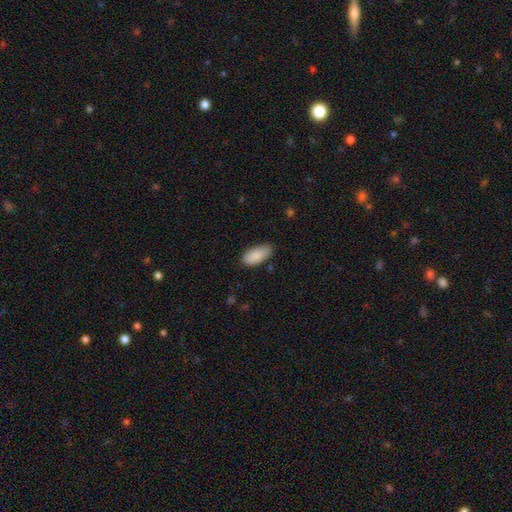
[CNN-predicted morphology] smooth 88%, star or artifact 6%, featured or disk 5%. Down the decision tree: how rounded — in between (91%); merging — none (76%).